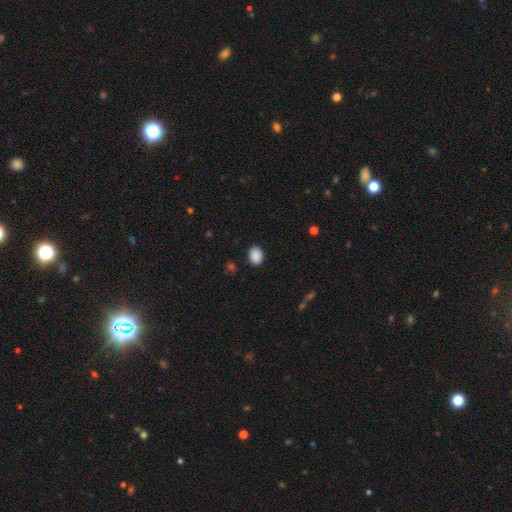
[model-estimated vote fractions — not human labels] The model was most divided on "how rounded": in between: 66%, round: 33%, cigar-shaped: 1%. More confident: smooth or featured — smooth (89%); merging — none (88%).